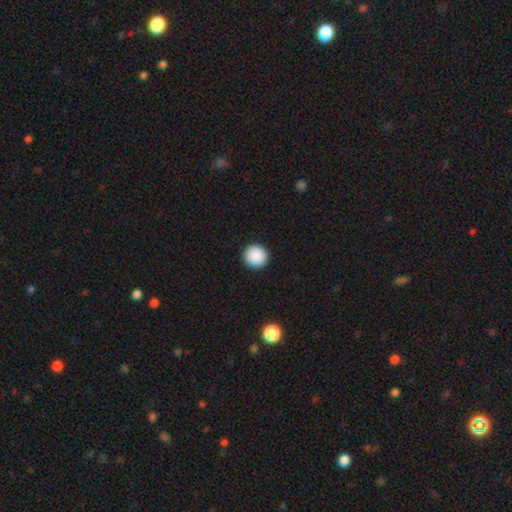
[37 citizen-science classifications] Volunteers were most divided on "smooth or featured": smooth: 89%, star or artifact: 8%, featured or disk: 3%. More confident: how rounded — round (100%); merging — none (91%).